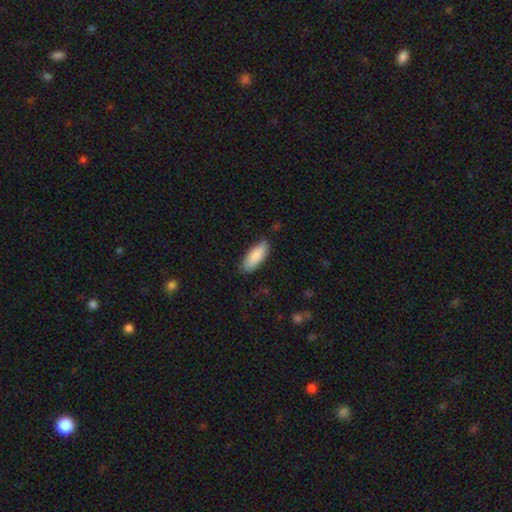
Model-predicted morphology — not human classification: A smooth galaxy with no disk features (87%) that is in between round and cigar-shaped (78%). Merging: none (81%).